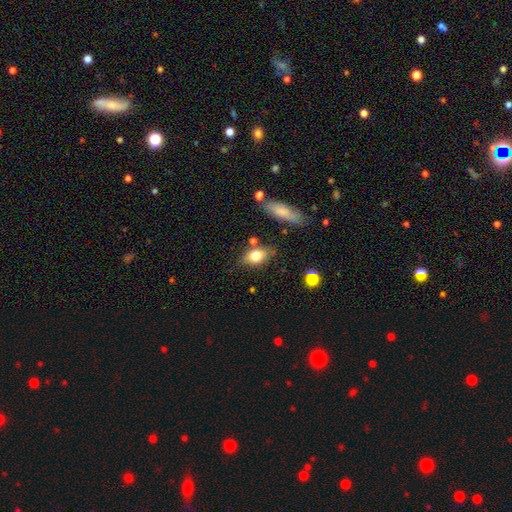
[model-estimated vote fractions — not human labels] smooth_or_featured: smooth (p=0.77) [alt: featured or disk p=0.14]
how_rounded: in between (p=0.78) [alt: round p=0.17]
merging: none (p=0.71) [alt: minor disturbance p=0.18]